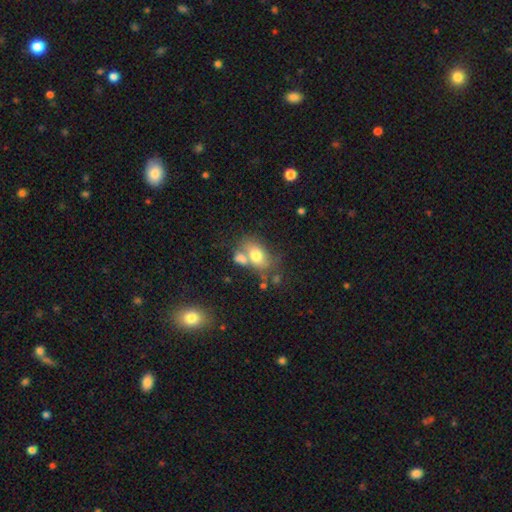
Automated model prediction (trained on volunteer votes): Morphology: type=smooth (71%); roundness=in between (79%); merging=none (40%).